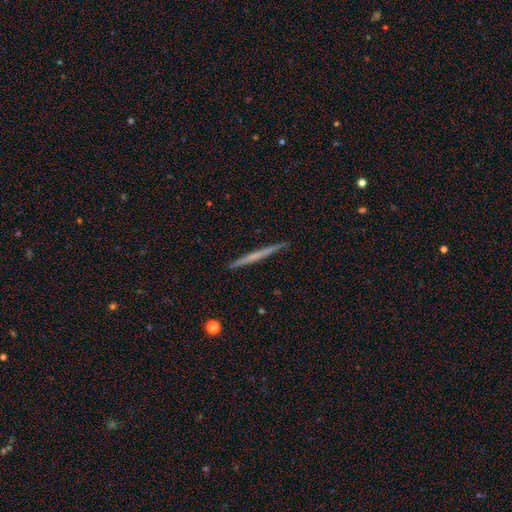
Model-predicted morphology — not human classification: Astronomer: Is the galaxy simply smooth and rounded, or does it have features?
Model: featured or disk — 56% (runner-up: smooth, 38%).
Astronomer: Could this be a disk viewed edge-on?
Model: yes — 98%.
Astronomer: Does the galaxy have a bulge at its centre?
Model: none — 81%.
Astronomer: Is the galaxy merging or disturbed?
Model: none — 92%.